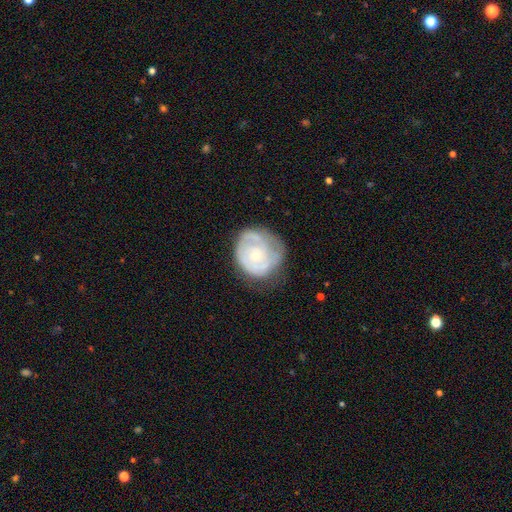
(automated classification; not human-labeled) Smooth or featured?
  - featured or disk: 62% *
  - smooth: 31%
  - star or artifact: 6%
Edge-on disk?
  - no: 98% *
  - yes: 2%
Bar?
  - no: 84% *
  - weak: 14%
  - strong: 2%
Spiral arms?
  - yes: 69% *
  - no: 31%
Bulge size?
  - small: 66% *
  - moderate: 29%
  - none: 3%
  - large: 2%
  - dominant: 1%
Merging?
  - none: 60% *
  - minor disturbance: 26%
  - major disturbance: 12%
  - merger: 2%